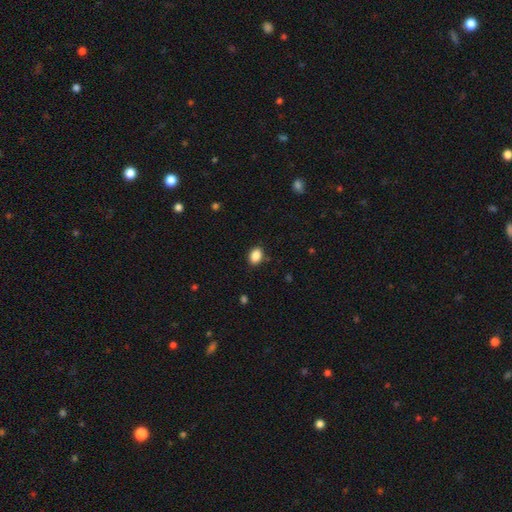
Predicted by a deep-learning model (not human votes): Smooth or featured?
  - smooth: 88% *
  - star or artifact: 9%
  - featured or disk: 4%
How rounded?
  - in between: 76% *
  - round: 22%
  - cigar-shaped: 1%
Merging?
  - none: 86% *
  - minor disturbance: 11%
  - major disturbance: 2%
  - merger: 1%